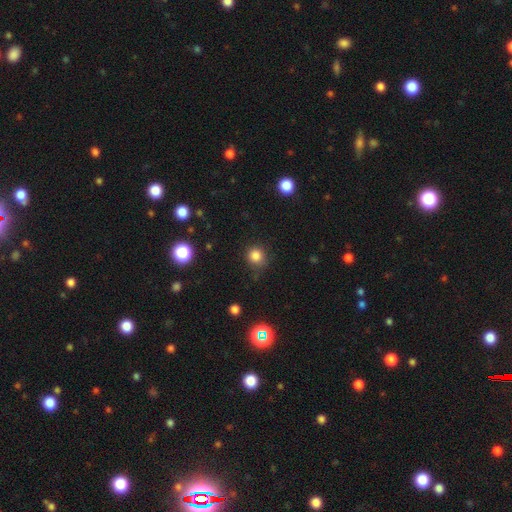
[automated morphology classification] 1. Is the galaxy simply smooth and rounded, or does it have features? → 83% smooth, 13% star or artifact, 4% featured or disk.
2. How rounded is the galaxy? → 89% round, 10% in between, 1% cigar-shaped.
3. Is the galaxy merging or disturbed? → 79% none, 14% minor disturbance, 5% major disturbance, 2% merger.